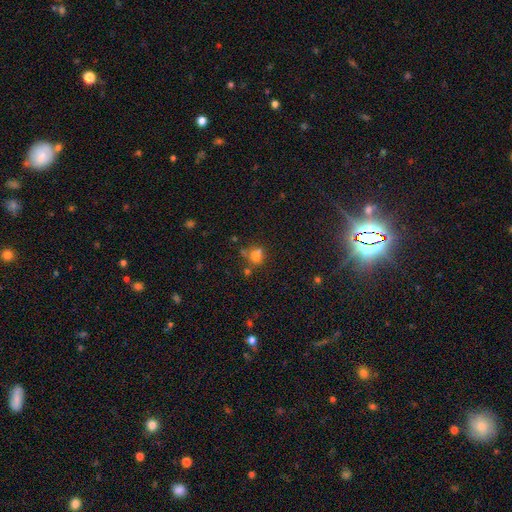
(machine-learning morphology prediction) Smooth or featured?
  - smooth: 70% *
  - star or artifact: 17%
  - featured or disk: 13%
How rounded?
  - round: 78% *
  - in between: 21%
  - cigar-shaped: 1%
Merging?
  - none: 46% *
  - merger: 35%
  - minor disturbance: 13%
  - major disturbance: 6%